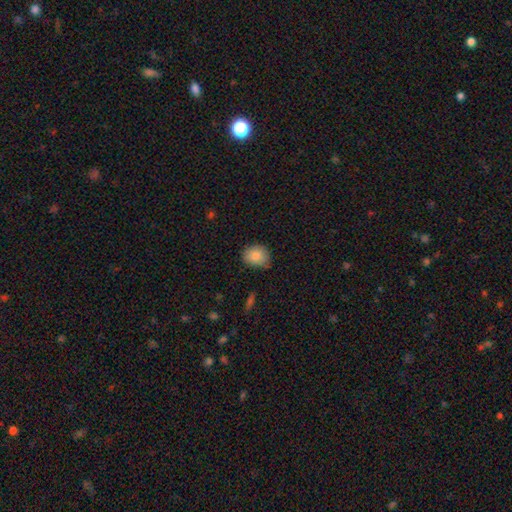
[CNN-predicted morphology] Smooth or featured?
  - smooth: 86% *
  - star or artifact: 8%
  - featured or disk: 6%
How rounded?
  - round: 56% *
  - in between: 43%
  - cigar-shaped: 1%
Merging?
  - none: 77% *
  - minor disturbance: 18%
  - major disturbance: 3%
  - merger: 2%